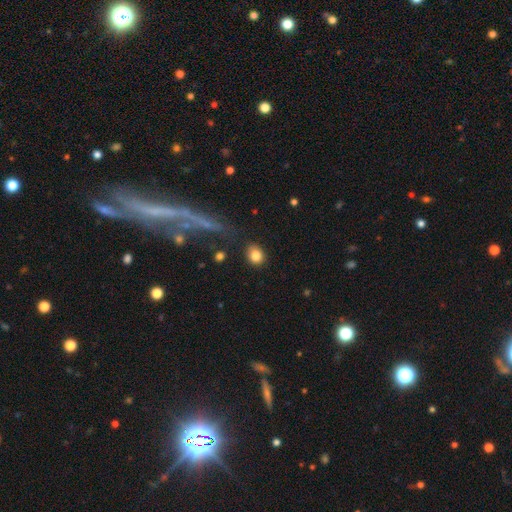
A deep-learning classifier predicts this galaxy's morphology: Smooth or featured? Predicted: smooth (p=0.83). How rounded? Predicted: round (p=0.65). Merging? Predicted: none (p=0.83).